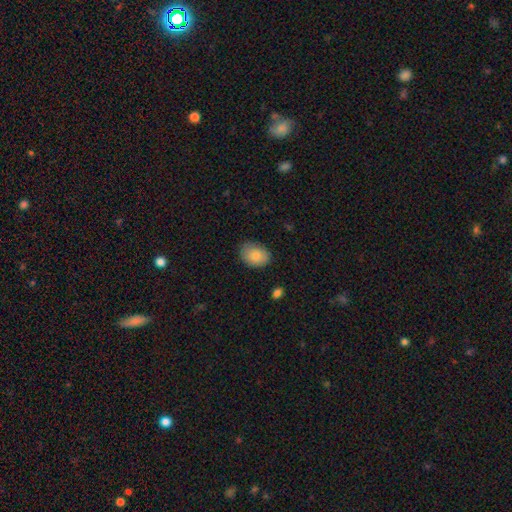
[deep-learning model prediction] smooth_or_featured: smooth (p=0.84) [alt: featured or disk p=0.09]
how_rounded: in between (p=0.70) [alt: round p=0.29]
merging: none (p=0.76) [alt: minor disturbance p=0.19]